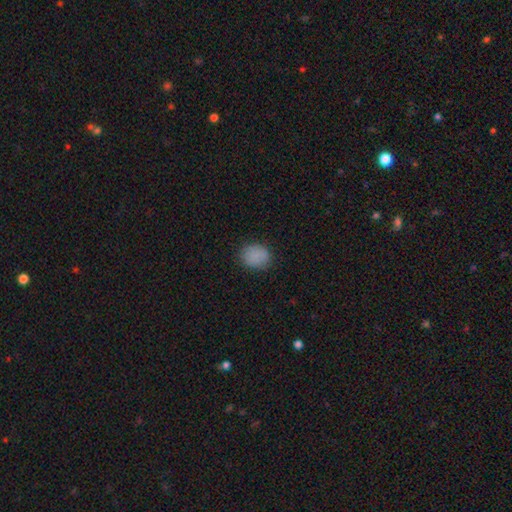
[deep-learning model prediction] This appears to be a smooth galaxy with no disk features (84%) that is round (66%). Merging: none (83%).